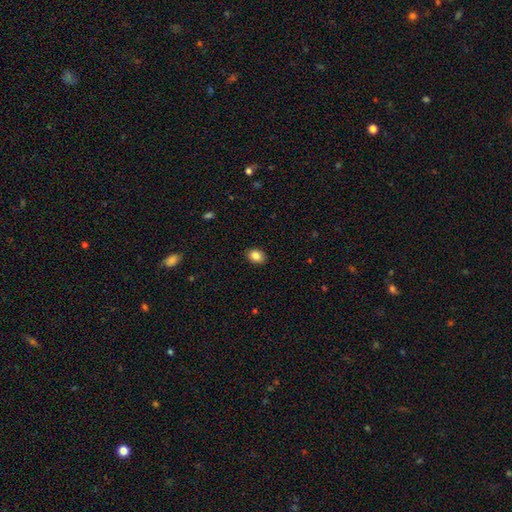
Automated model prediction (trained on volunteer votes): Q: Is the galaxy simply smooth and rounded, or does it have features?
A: smooth — 85%.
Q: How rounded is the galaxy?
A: in between — 71%.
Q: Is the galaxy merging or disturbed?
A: none — 89%.